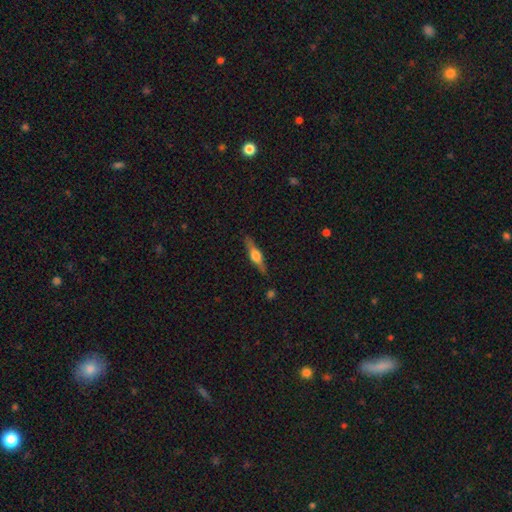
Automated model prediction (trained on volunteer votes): Overall: featured or disk (71%). Edge-on disk: yes (97%). Edge-on bulge: rounded (92%). Merging: none (88%).